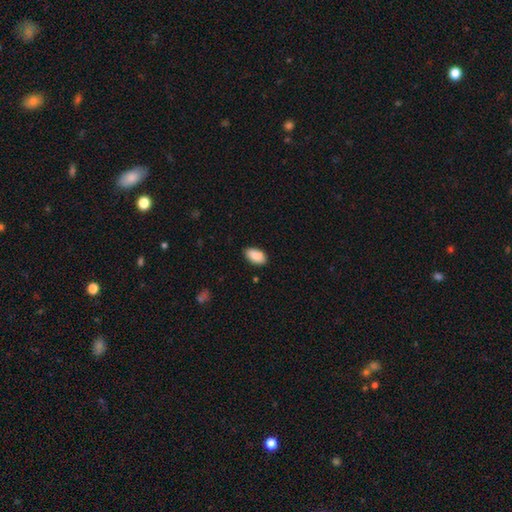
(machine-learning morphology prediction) This appears to be a smooth galaxy with no disk features (89%) that is in between round and cigar-shaped (94%). Merging: none (82%).